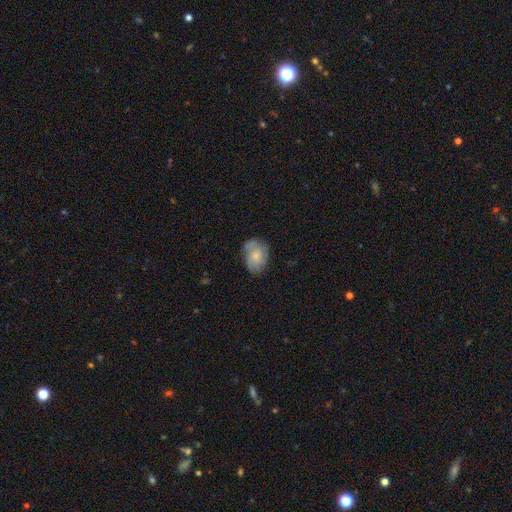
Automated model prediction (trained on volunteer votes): smooth 53%, featured or disk 39%, star or artifact 8%. Down the decision tree: how rounded — in between (73%); merging — none (62%).